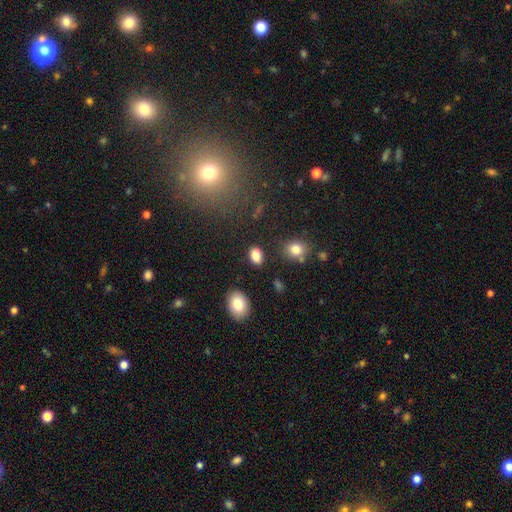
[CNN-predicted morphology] The model was most divided on "how rounded": in between: 78%, round: 21%, cigar-shaped: 2%. More confident: smooth or featured — smooth (85%); merging — none (85%).